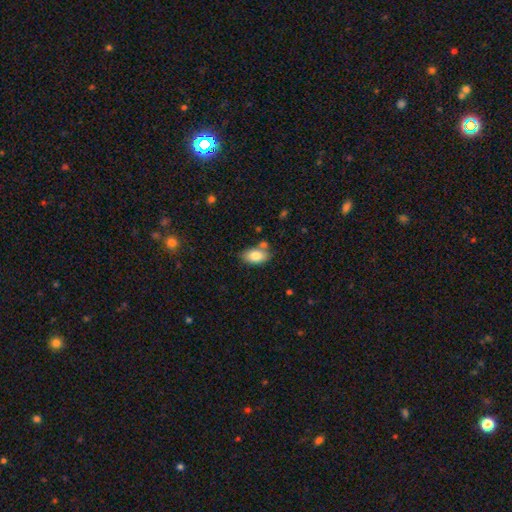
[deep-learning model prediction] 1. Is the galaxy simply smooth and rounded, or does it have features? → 82% smooth, 11% featured or disk, 7% star or artifact.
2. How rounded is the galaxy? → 90% in between, 8% round, 2% cigar-shaped.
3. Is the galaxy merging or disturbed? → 67% none, 16% minor disturbance, 13% merger, 4% major disturbance.